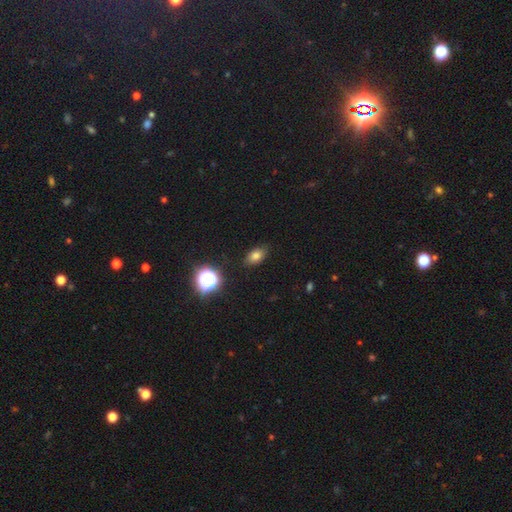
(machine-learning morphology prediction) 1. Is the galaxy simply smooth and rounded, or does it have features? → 76% smooth, 15% star or artifact, 9% featured or disk.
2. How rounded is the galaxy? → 82% in between, 16% round, 2% cigar-shaped.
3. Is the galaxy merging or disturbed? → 86% none, 11% minor disturbance, 2% major disturbance, 1% merger.